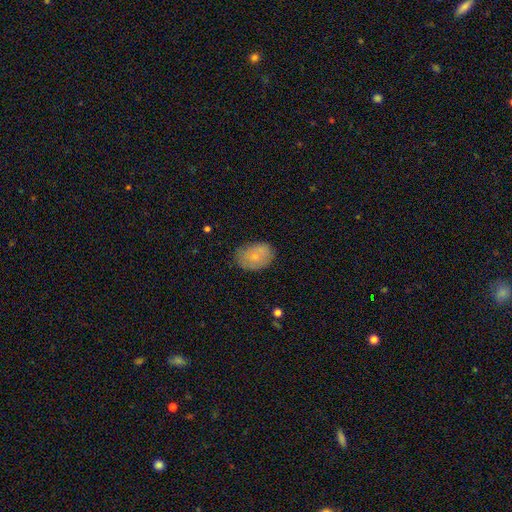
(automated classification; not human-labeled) This appears to be a smooth galaxy with no disk features (71%) that is in between round and cigar-shaped (79%). Merging: none (72%).